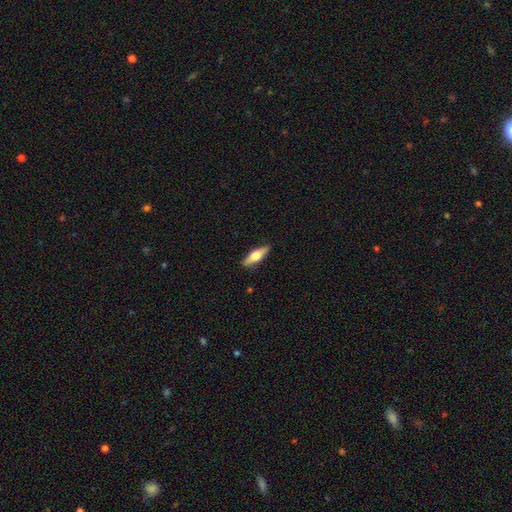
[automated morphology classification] Overall: featured or disk (50%; smooth 44%). Merging: none (89%).